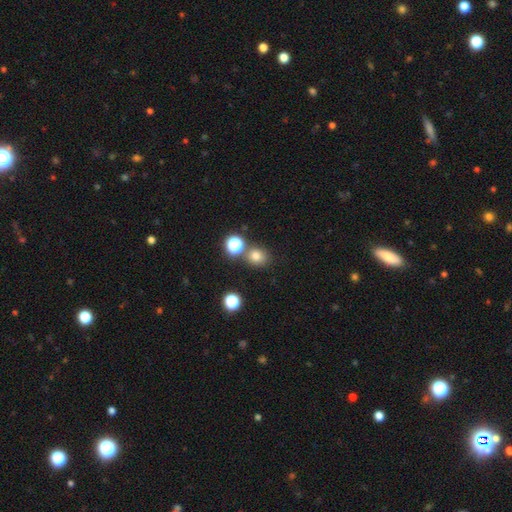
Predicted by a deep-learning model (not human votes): Q: Smooth or featured?
A: smooth (75%); runner-up: star or artifact (18%)
Q: How rounded?
A: round (74%); runner-up: in between (25%)
Q: Merging?
A: none (74%); runner-up: merger (13%)